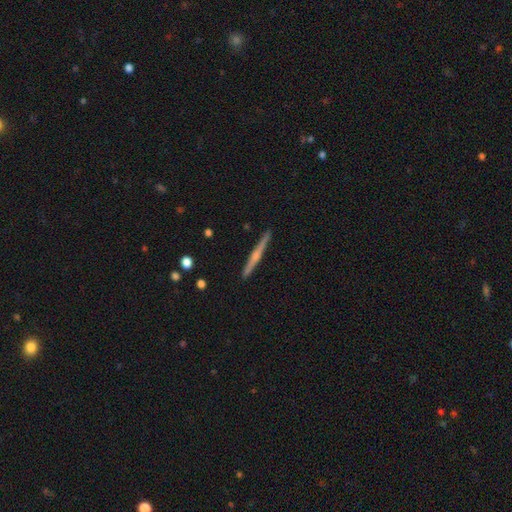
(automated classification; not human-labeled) featured or disk 66%, smooth 28%, star or artifact 6%. Down the decision tree: edge-on disk — yes (98%); edge-on bulge — rounded (62%); merging — none (92%).